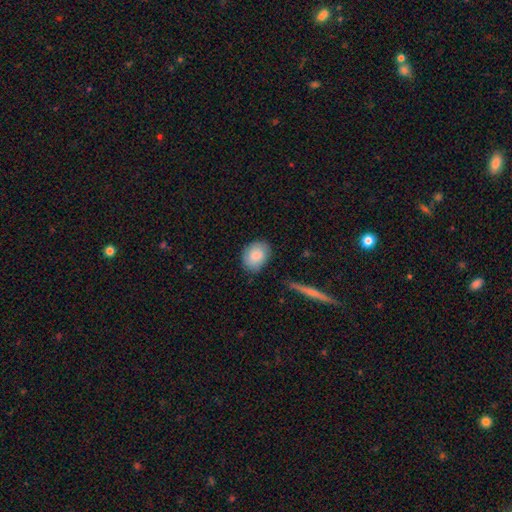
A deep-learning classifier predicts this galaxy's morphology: Smooth or featured? Predicted: smooth (p=0.85). How rounded? Predicted: in between (p=0.57). Merging? Predicted: none (p=0.80).